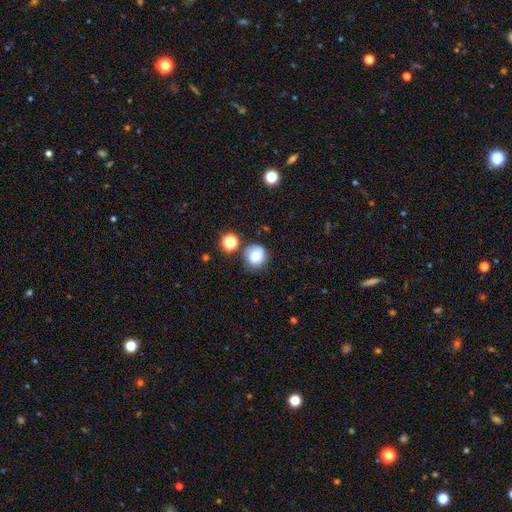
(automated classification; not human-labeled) Q: Smooth or featured?
A: smooth (81%); runner-up: star or artifact (11%)
Q: How rounded?
A: round (85%); runner-up: in between (14%)
Q: Merging?
A: none (67%); runner-up: minor disturbance (17%)